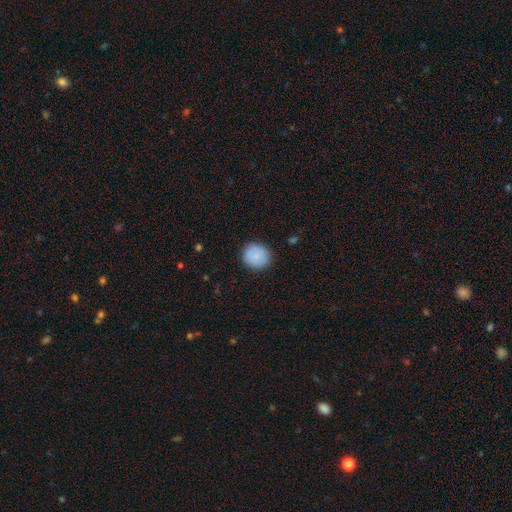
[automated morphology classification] A smooth galaxy with no disk features (83%) that is round (81%). Merging: none (86%).